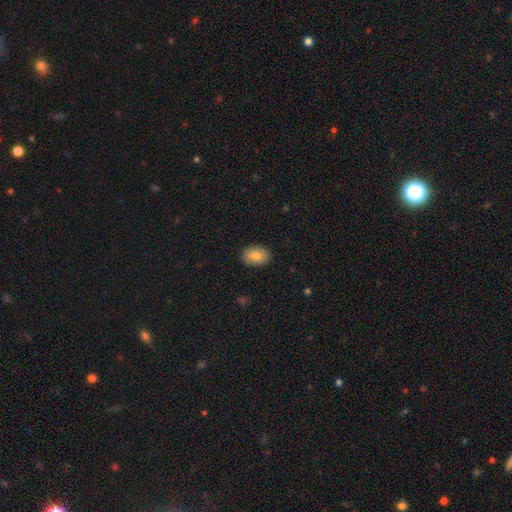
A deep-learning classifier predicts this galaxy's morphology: Smooth or featured?
  - smooth: 82% *
  - featured or disk: 11%
  - star or artifact: 7%
How rounded?
  - in between: 82% *
  - round: 17%
  - cigar-shaped: 1%
Merging?
  - none: 89% *
  - minor disturbance: 8%
  - major disturbance: 2%
  - merger: 1%